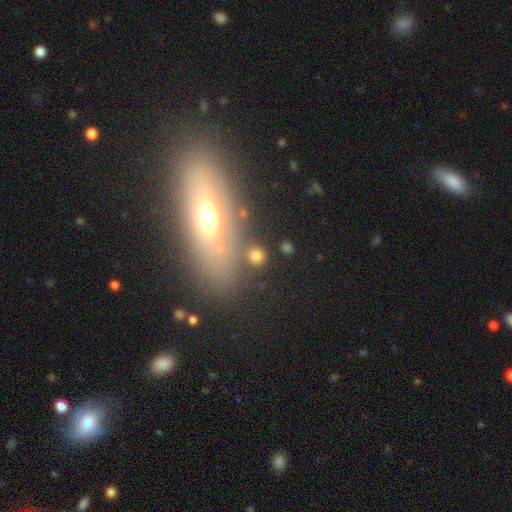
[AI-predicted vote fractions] Overall: smooth (75%). How rounded: round (79%). Merging: none (78%).